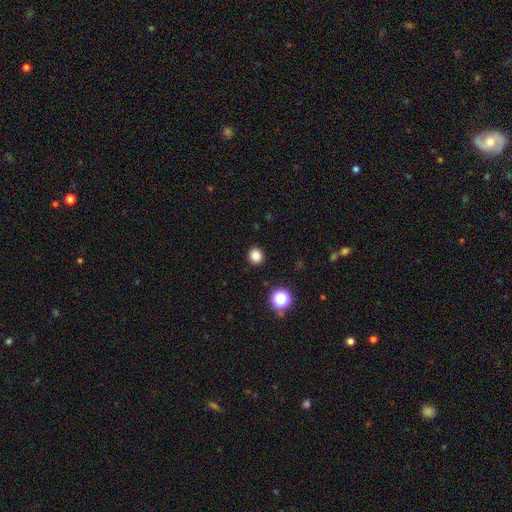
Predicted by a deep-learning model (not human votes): Q: Smooth or featured?
A: smooth (83%); runner-up: star or artifact (13%)
Q: How rounded?
A: round (84%); runner-up: in between (15%)
Q: Merging?
A: none (92%); runner-up: minor disturbance (5%)